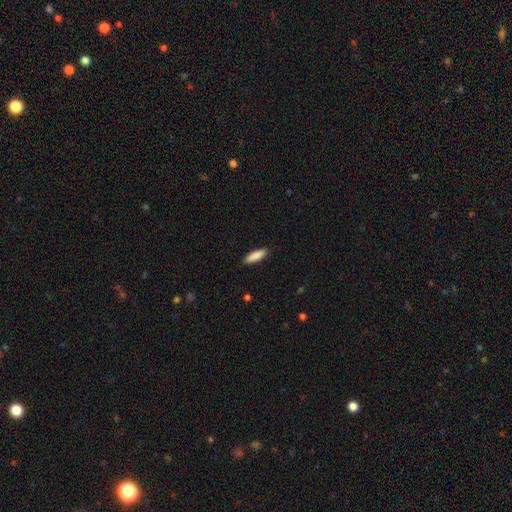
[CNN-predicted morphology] Q: Smooth or featured?
A: smooth (87%); runner-up: featured or disk (7%)
Q: How rounded?
A: cigar-shaped (57%); runner-up: in between (42%)
Q: Merging?
A: none (89%); runner-up: minor disturbance (8%)